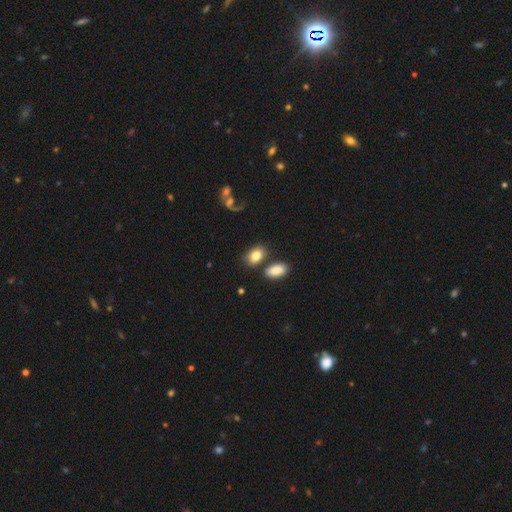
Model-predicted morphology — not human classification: The model was most divided on "merging": none: 65%, merger: 17%, minor disturbance: 13%, major disturbance: 5%. More confident: how rounded — in between (84%); smooth or featured — smooth (80%).